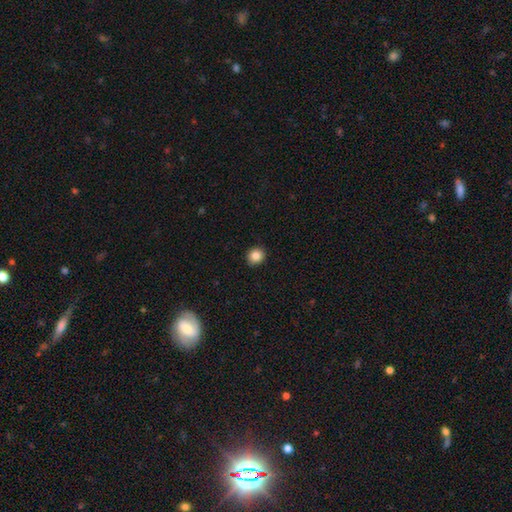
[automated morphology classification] type=smooth (86%); roundness=round (81%); merging=none (91%).